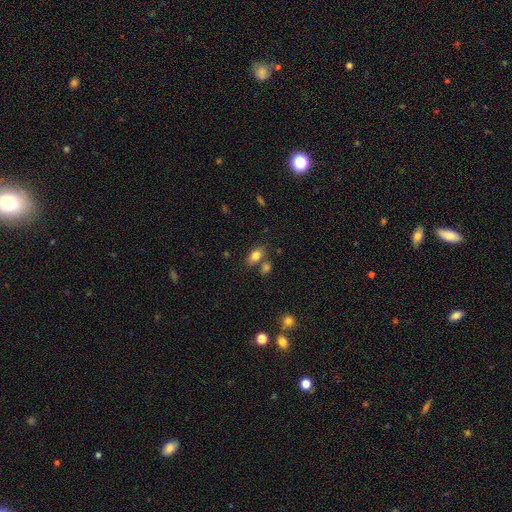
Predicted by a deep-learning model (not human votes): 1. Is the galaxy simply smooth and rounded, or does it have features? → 79% smooth, 12% featured or disk, 9% star or artifact.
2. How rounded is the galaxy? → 87% in between, 9% round, 5% cigar-shaped.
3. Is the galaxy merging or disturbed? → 68% none, 16% merger, 13% minor disturbance, 4% major disturbance.